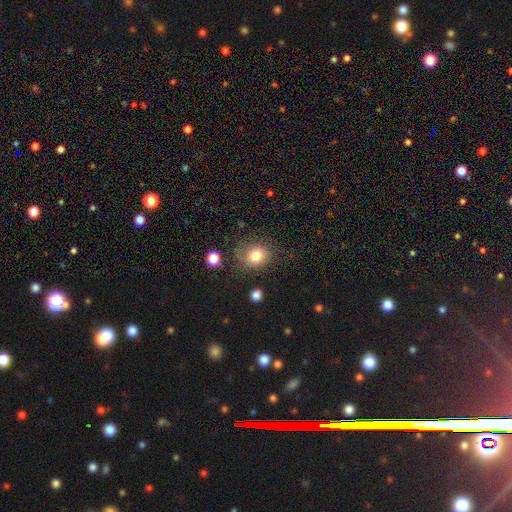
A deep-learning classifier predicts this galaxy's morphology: Q: Smooth or featured?
A: smooth (77%); runner-up: featured or disk (12%)
Q: How rounded?
A: round (67%); runner-up: in between (32%)
Q: Merging?
A: none (65%); runner-up: minor disturbance (22%)